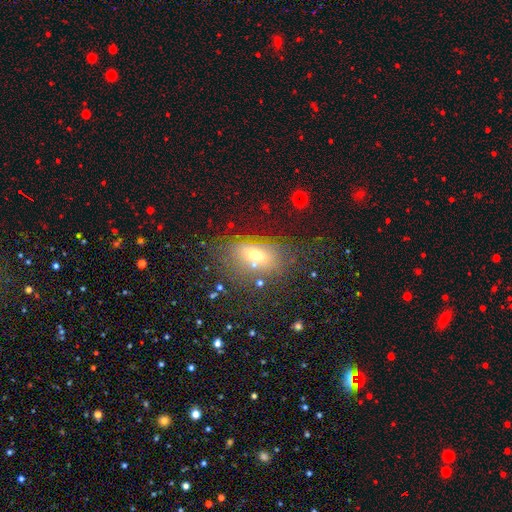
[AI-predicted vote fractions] smooth-or-featured: smooth: 58% | featured or disk: 24% | star or artifact: 18%
  how-rounded: in between: 75% | round: 22% | cigar-shaped: 3%
  merging: none: 65% | minor disturbance: 18% | major disturbance: 11% | merger: 7%